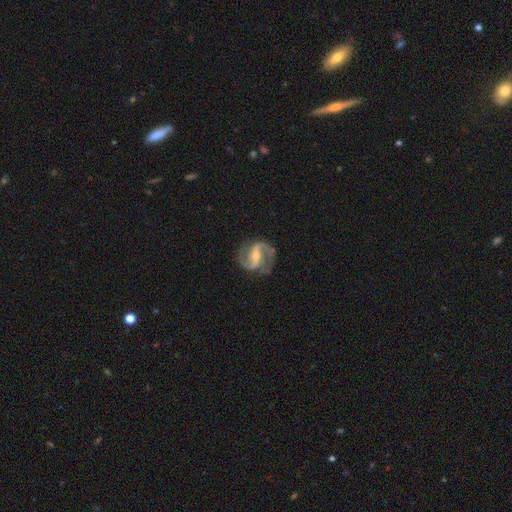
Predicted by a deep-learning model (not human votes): The model was most divided on "bulge size": small: 49%, moderate: 46%, none: 2%, large: 2%, dominant: 1%. Remaining: spiral arms — yes (98%); edge-on disk — no (98%); spiral arm count — 2 (93%); smooth or featured — featured or disk (92%); merging — none (80%); spiral winding — medium (61%); bar — strong (47%).